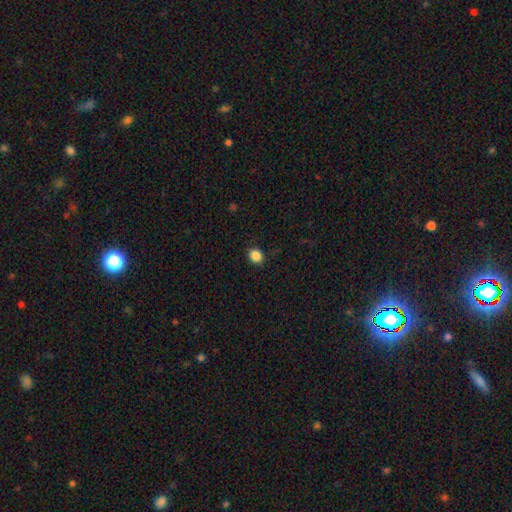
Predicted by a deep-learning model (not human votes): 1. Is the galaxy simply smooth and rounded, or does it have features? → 86% smooth, 11% star or artifact, 3% featured or disk.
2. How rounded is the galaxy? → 69% round, 30% in between, 1% cigar-shaped.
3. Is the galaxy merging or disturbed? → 87% none, 10% minor disturbance, 2% major disturbance, 1% merger.